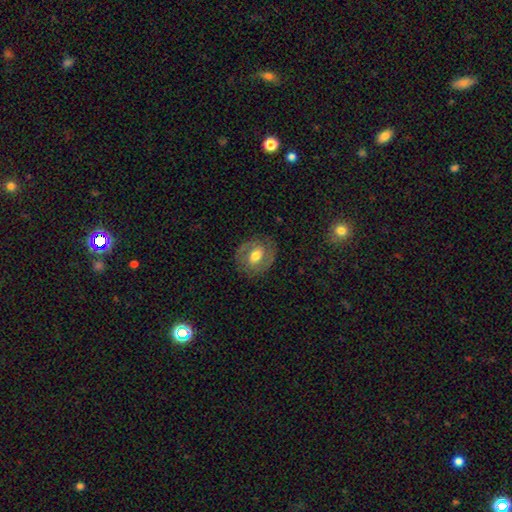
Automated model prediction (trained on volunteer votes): Smooth or featured?
  - featured or disk: 52% *
  - smooth: 41%
  - star or artifact: 7%
Edge-on disk?
  - no: 95% *
  - yes: 5%
Merging?
  - none: 78% *
  - minor disturbance: 15%
  - major disturbance: 7%
  - merger: 1%